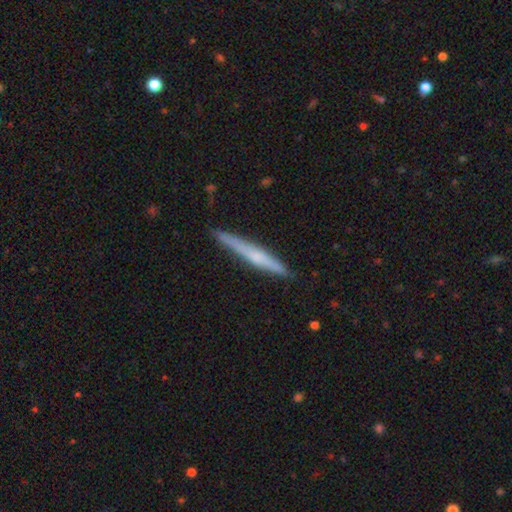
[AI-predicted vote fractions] This appears to be a featured or disk galaxy (53%) viewed edge-on (97%) with a rounded central bulge (49%). Merging: none (87%).